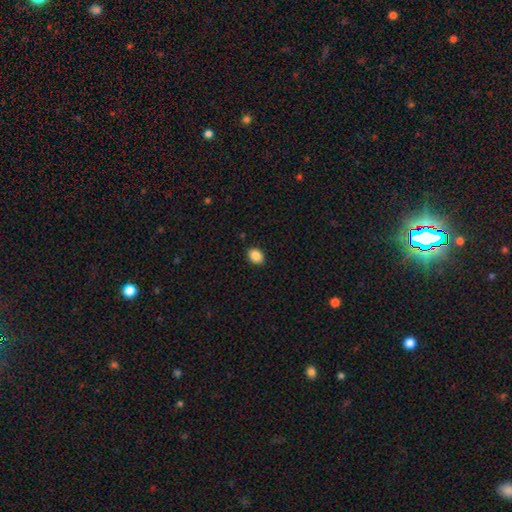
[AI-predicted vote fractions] The model was most divided on "how rounded": in between: 61%, round: 38%, cigar-shaped: 1%. More confident: merging — none (90%); smooth or featured — smooth (88%).